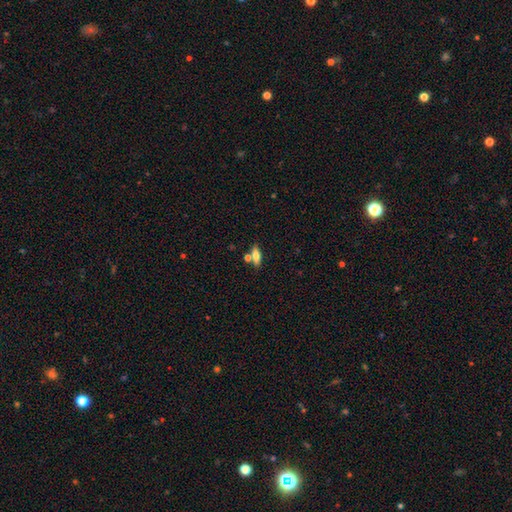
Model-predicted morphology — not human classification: Smooth or featured: smooth — 69% (featured or disk — 23%)
How rounded: in between — 62% (cigar-shaped — 33%)
Merging: none — 62% (merger — 23%)